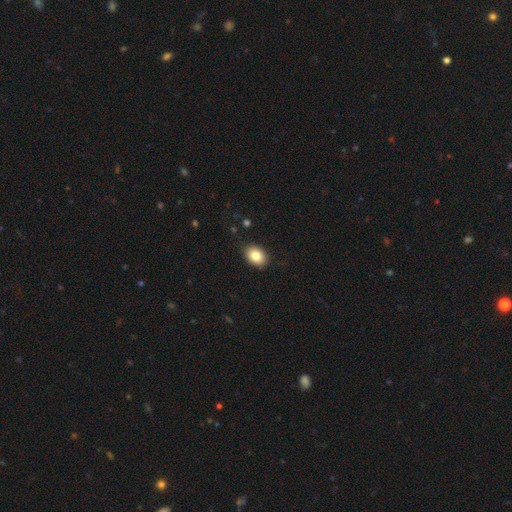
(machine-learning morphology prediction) The model was most divided on "how rounded": in between: 76%, round: 23%, cigar-shaped: 1%. More confident: merging — none (87%); smooth or featured — smooth (84%).